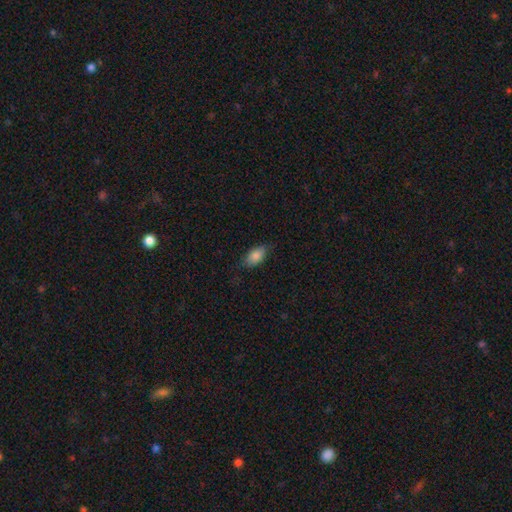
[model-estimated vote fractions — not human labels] A smooth galaxy with no disk features (83%) that is in between round and cigar-shaped (90%).

Vote fractions:
- Smooth or featured? smooth: 83% / featured or disk: 10% / star or artifact: 7%
- How rounded? in between: 90% / round: 5% / cigar-shaped: 5%
- Merging? none: 72% / minor disturbance: 22% / major disturbance: 6% / merger: 1%